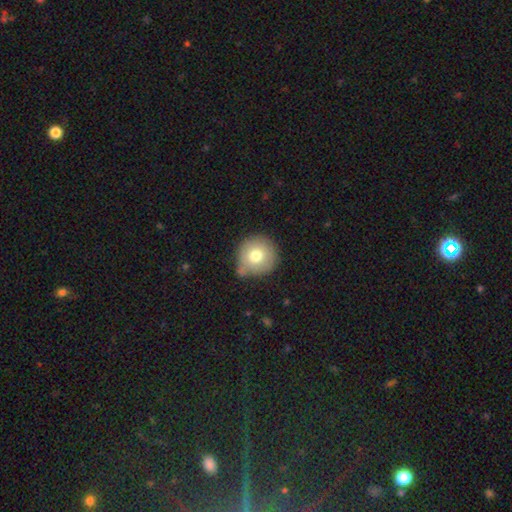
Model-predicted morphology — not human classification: The model was most divided on "merging": none: 65%, minor disturbance: 21%, merger: 8%, major disturbance: 6%. More confident: how rounded — round (93%); smooth or featured — smooth (75%).